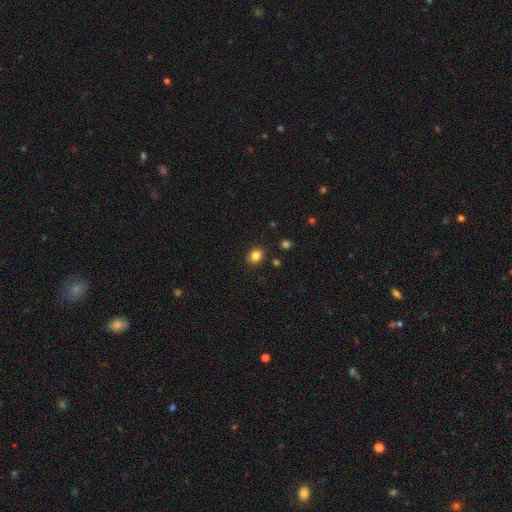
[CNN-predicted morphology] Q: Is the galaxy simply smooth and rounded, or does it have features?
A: smooth — 83%.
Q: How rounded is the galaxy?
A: round — 59%.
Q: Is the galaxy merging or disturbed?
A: none — 87%.